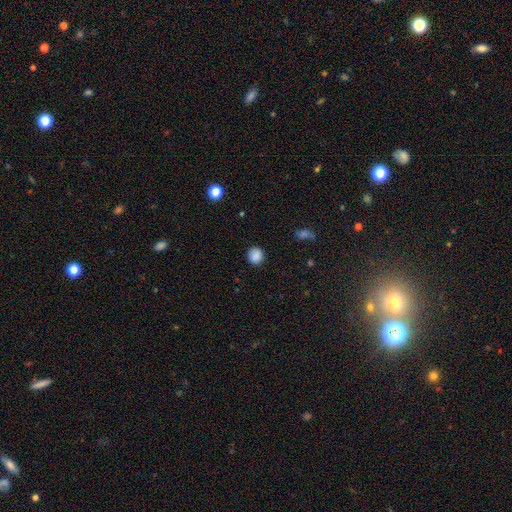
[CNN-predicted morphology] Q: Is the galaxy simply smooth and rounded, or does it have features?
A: smooth — 87%.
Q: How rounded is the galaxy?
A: round — 83%.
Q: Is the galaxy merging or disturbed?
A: none — 88%.